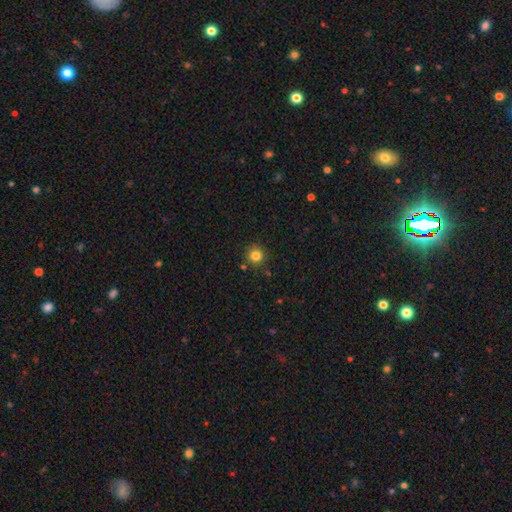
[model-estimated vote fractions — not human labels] smooth 83%, star or artifact 12%, featured or disk 5%. Down the decision tree: how rounded — round (94%); merging — none (87%).